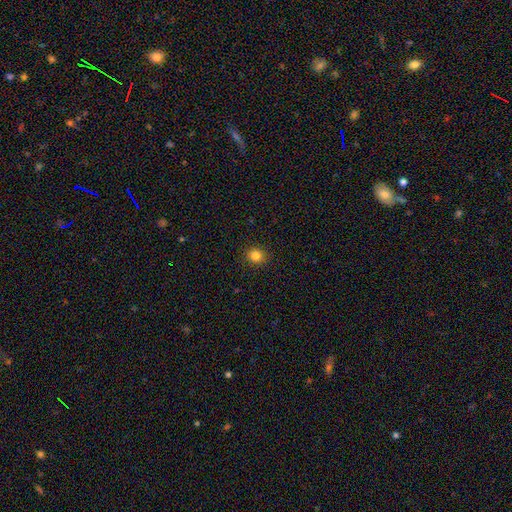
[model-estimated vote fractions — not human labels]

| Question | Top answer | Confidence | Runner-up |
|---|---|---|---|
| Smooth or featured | smooth | 83% | star or artifact (13%) |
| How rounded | round | 86% | in between (13%) |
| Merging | none | 91% | minor disturbance (6%) |